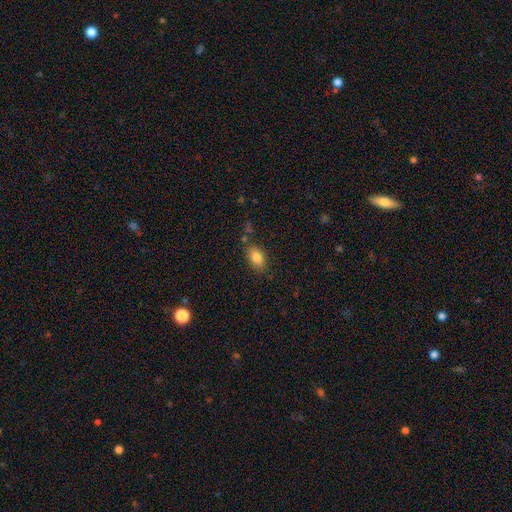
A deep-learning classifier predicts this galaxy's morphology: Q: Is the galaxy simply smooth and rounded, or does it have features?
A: smooth — 84%.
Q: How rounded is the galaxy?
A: in between — 85%.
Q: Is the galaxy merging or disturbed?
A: none — 78%.